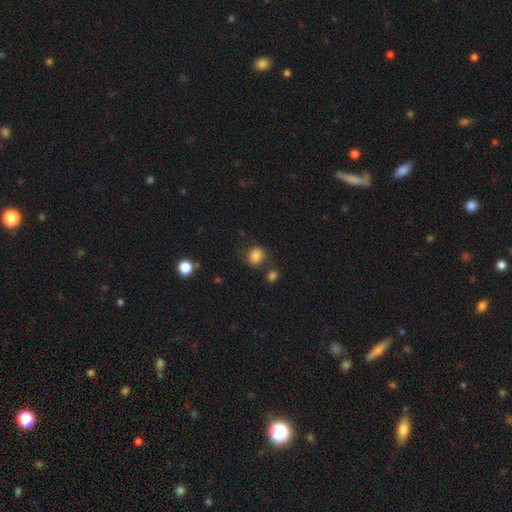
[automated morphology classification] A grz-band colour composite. It shows a smooth galaxy with no disk features (84%) that is round (67%). Merging: none (72%).